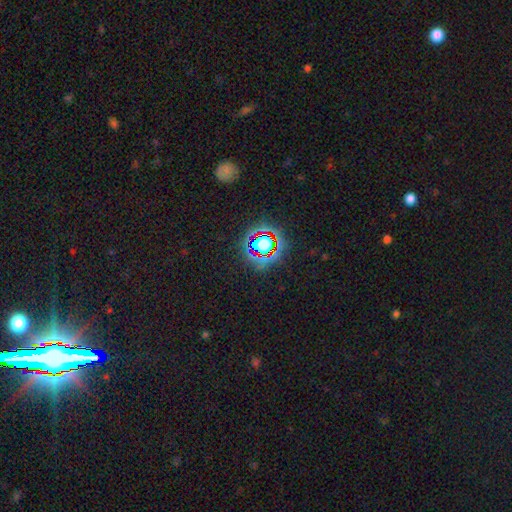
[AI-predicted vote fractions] Smooth or featured?
  - star or artifact: 80% *
  - smooth: 12%
  - featured or disk: 7%